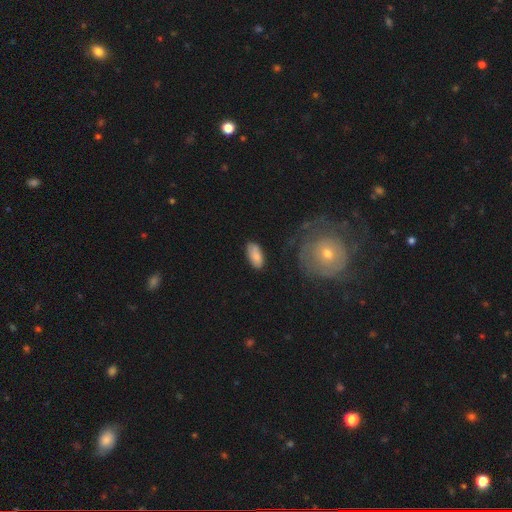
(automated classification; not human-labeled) Smooth or featured? Predicted: smooth (p=0.79). How rounded? Predicted: in between (p=0.90). Merging? Predicted: none (p=0.75).